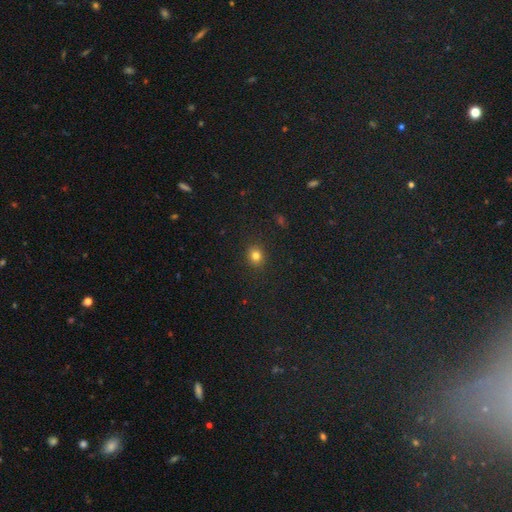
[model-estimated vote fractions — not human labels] smooth 82%, star or artifact 13%, featured or disk 6%. Down the decision tree: how rounded — round (79%); merging — none (90%).